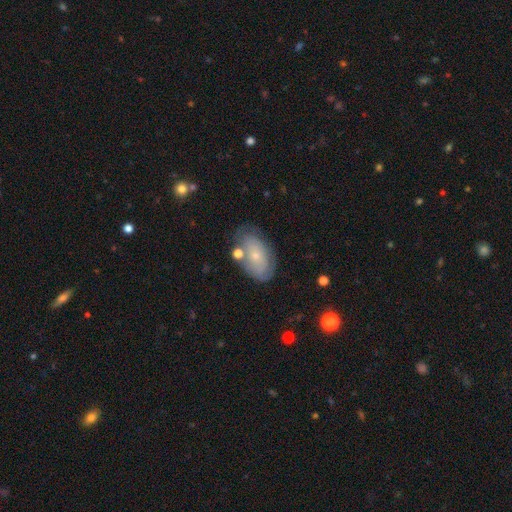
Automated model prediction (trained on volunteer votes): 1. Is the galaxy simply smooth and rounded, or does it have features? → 53% smooth, 40% featured or disk, 8% star or artifact.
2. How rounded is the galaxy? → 90% in between, 7% round, 2% cigar-shaped.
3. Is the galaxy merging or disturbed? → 62% none, 23% minor disturbance, 8% major disturbance, 7% merger.